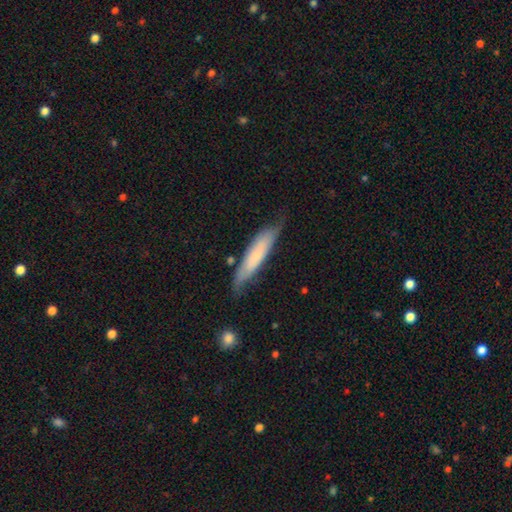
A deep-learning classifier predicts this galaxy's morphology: smooth_or_featured: smooth (p=0.61) [alt: featured or disk p=0.32]
how_rounded: cigar-shaped (p=0.82) [alt: in between p=0.17]
merging: none (p=0.67) [alt: minor disturbance p=0.25]